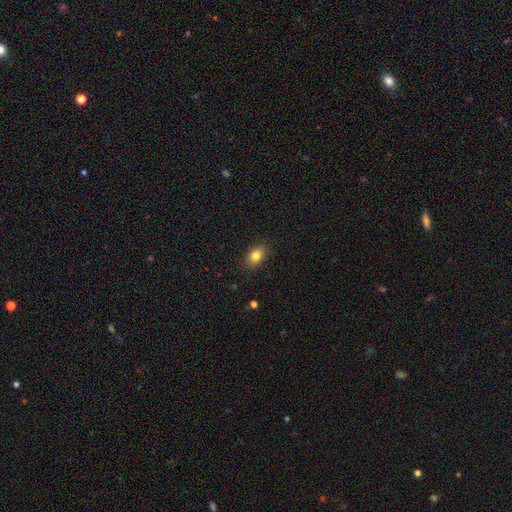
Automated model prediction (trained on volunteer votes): Smooth or featured? smooth (83%)
How rounded? in between (81%)
Merging? none (87%)